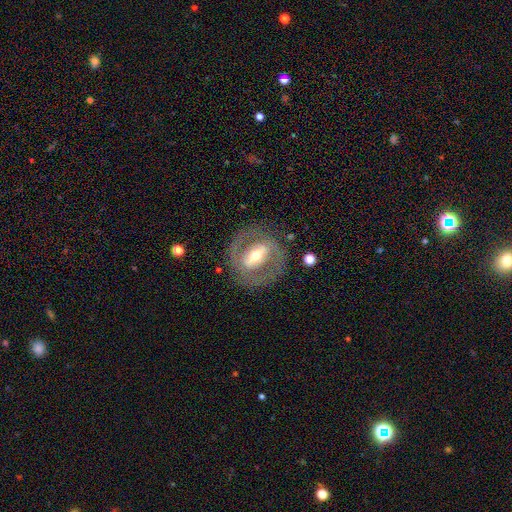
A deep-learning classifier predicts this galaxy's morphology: smooth-or-featured: featured or disk: 78% | smooth: 16% | star or artifact: 6%
  disk-edge-on: no: 92% | yes: 8%
    bar: strong: 56% | weak: 29% | no: 15%
    has-spiral-arms: yes: 58% | no: 42%
    bulge-size: moderate: 67% | small: 20% | large: 10% | dominant: 1% | none: 1%
  merging: none: 79% | minor disturbance: 11% | major disturbance: 8% | merger: 1%